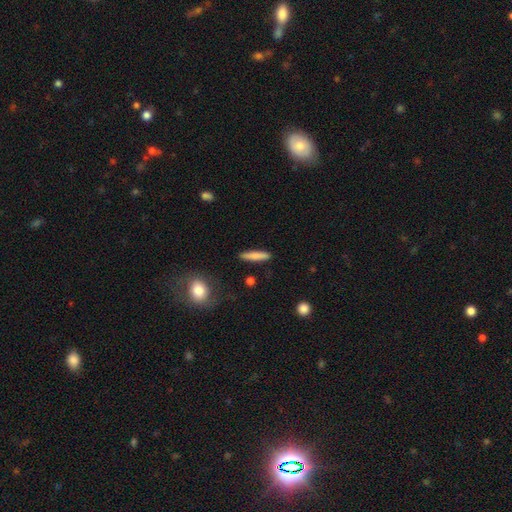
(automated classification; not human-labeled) Morphology: type=smooth (79%); roundness=cigar-shaped (88%); merging=none (89%).